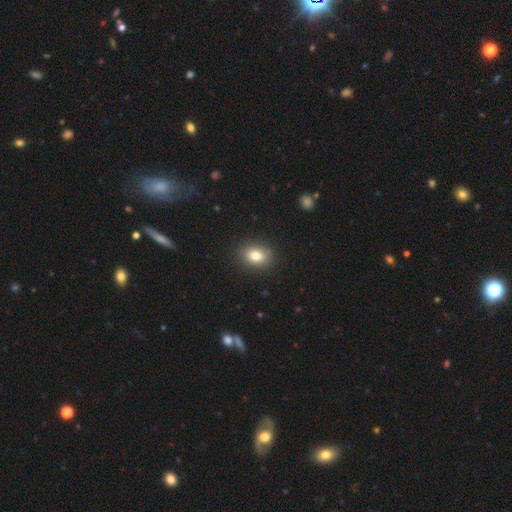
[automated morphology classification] type=smooth (81%); roundness=in between (68%); merging=none (88%).